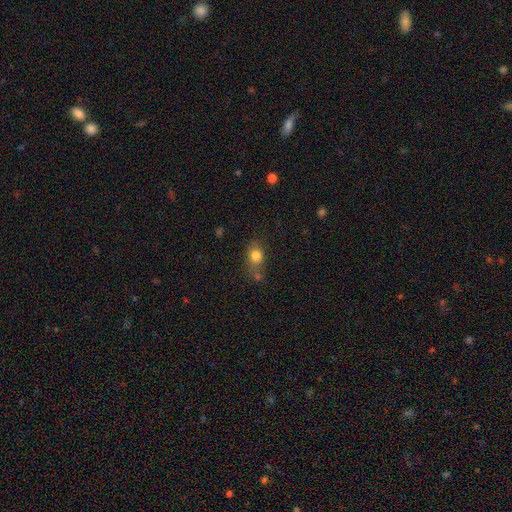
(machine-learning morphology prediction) Smooth or featured? Predicted: smooth (p=0.80). How rounded? Predicted: round (p=0.51). Merging? Predicted: none (p=0.55).